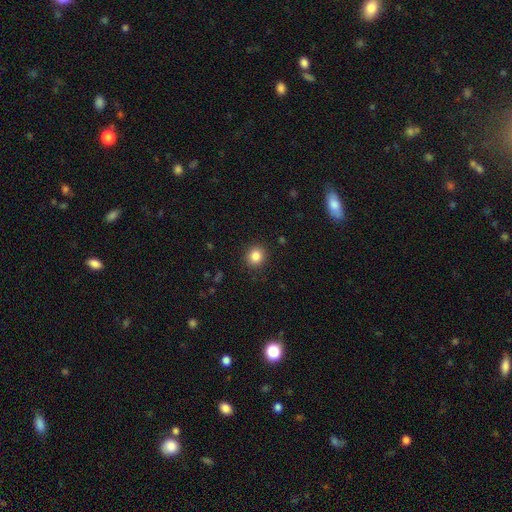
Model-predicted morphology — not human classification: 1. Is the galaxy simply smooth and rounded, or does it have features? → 85% smooth, 10% star or artifact, 5% featured or disk.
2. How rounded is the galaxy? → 86% round, 13% in between, 1% cigar-shaped.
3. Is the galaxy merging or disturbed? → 91% none, 6% minor disturbance, 2% major disturbance, 1% merger.